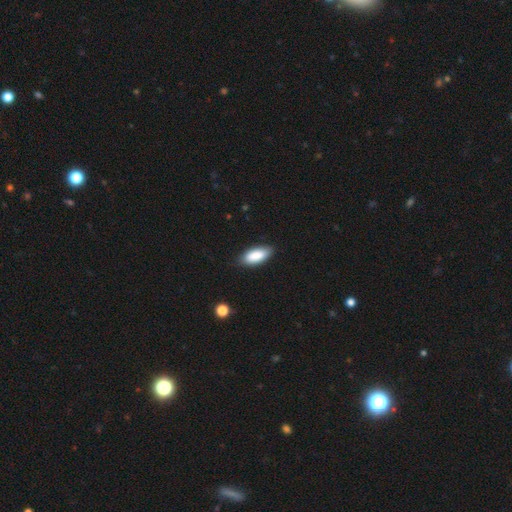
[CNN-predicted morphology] A smooth galaxy with no disk features (88%) that is in between round and cigar-shaped (85%).

Vote fractions:
- Smooth or featured? smooth: 88% / featured or disk: 6% / star or artifact: 6%
- How rounded? in between: 85% / cigar-shaped: 13% / round: 2%
- Merging? none: 85% / minor disturbance: 12% / major disturbance: 2% / merger: 1%